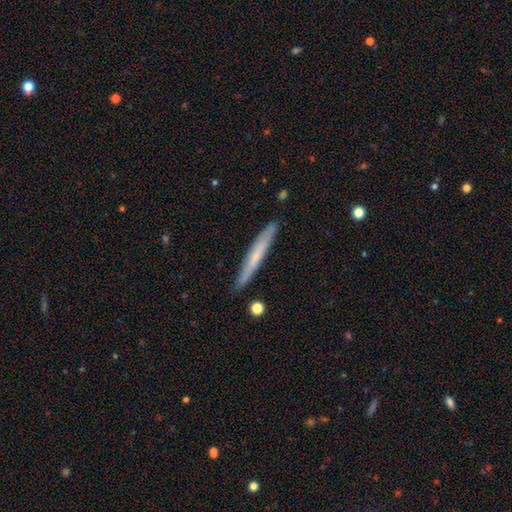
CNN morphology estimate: Smooth or featured? Predicted: smooth (p=0.53). How rounded? Predicted: cigar-shaped (p=0.96). Merging? Predicted: none (p=0.89).